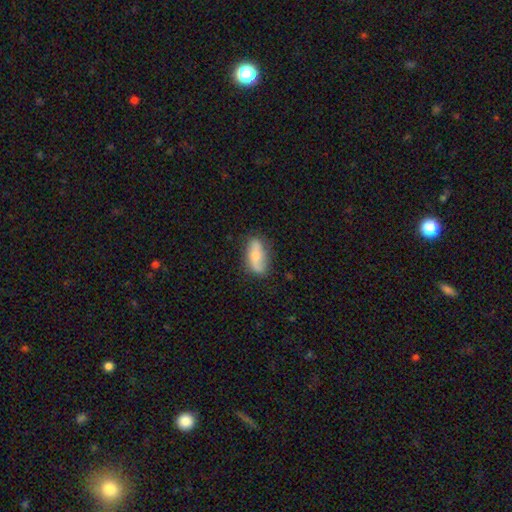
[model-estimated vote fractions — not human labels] This is possibly a smooth galaxy (49%). Merging: likely none (74%).